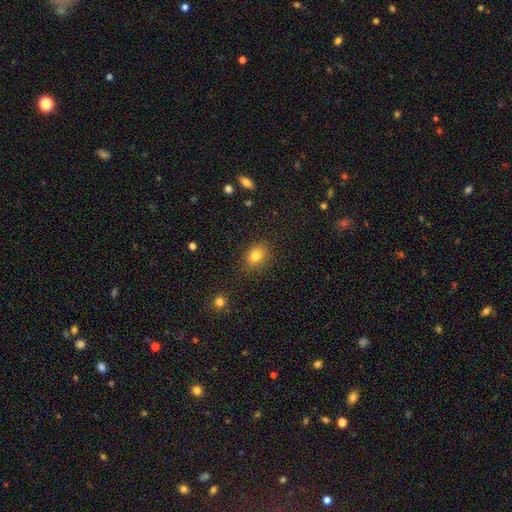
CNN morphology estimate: A smooth galaxy with no disk features (81%) that is in between round and cigar-shaped (59%). Merging: none (85%).